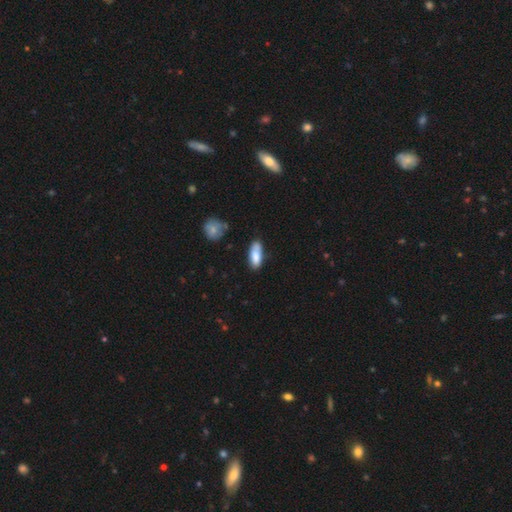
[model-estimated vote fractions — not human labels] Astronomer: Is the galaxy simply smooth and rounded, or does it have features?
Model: smooth — 81%.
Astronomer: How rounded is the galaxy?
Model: in between — 77%.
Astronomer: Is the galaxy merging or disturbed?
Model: none — 61%.